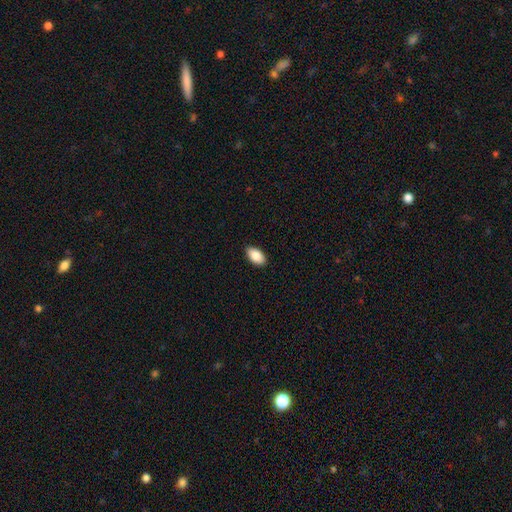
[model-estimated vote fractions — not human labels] Morphology: type=smooth (88%); roundness=in between (94%); merging=none (89%).